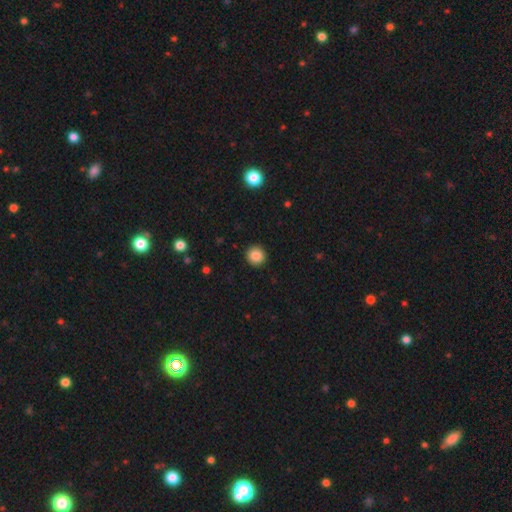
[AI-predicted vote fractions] This is clearly a smooth galaxy (85%). How rounded: clearly round (93%). Merging: clearly none (93%).